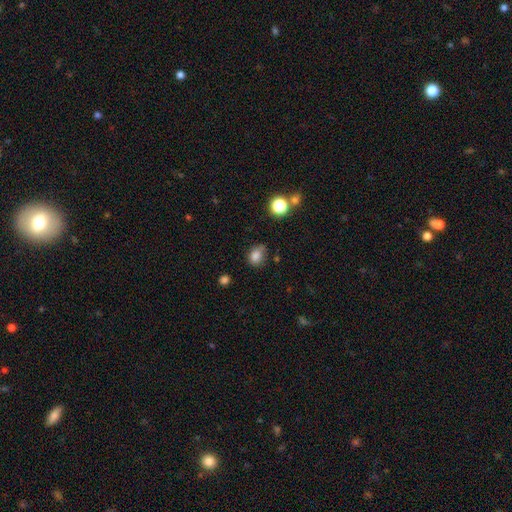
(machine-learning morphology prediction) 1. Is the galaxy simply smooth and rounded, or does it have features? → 81% smooth, 12% star or artifact, 7% featured or disk.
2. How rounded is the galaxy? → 51% round, 48% in between, 1% cigar-shaped.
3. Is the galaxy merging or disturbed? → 59% none, 28% minor disturbance, 8% major disturbance, 5% merger.